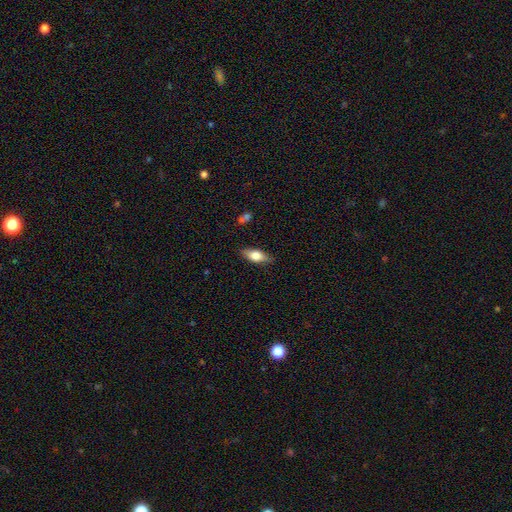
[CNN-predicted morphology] This appears to be a smooth galaxy with no disk features (67%) that is in between round and cigar-shaped (76%). Merging: none (83%).